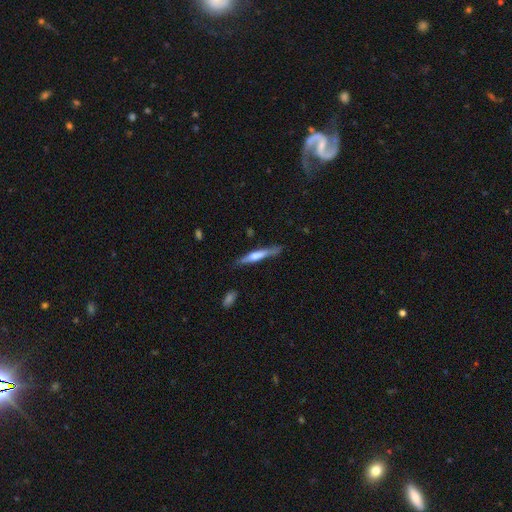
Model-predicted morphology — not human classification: Smooth or featured? Predicted: featured or disk (p=0.51). Edge-on disk? Predicted: yes (p=0.95). Merging? Predicted: none (p=0.76).